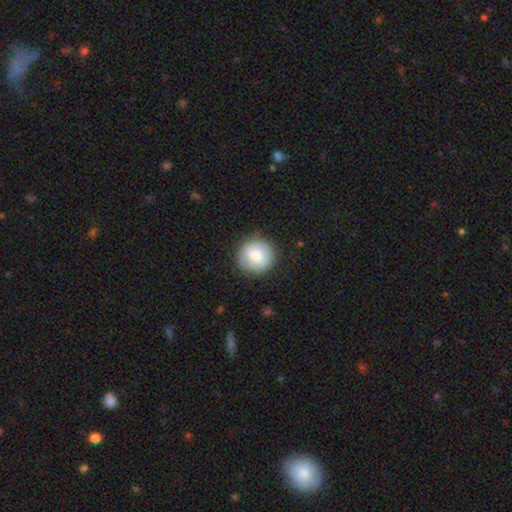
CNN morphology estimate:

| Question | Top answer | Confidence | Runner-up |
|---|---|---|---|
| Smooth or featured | smooth | 73% | featured or disk (20%) |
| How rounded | round | 93% | in between (6%) |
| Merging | none | 85% | minor disturbance (11%) |